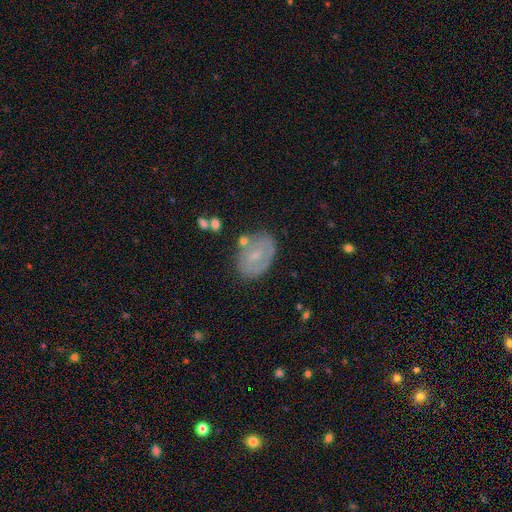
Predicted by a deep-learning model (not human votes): Morphology: type=featured or disk (45%, tied with smooth); merging=none (71%).